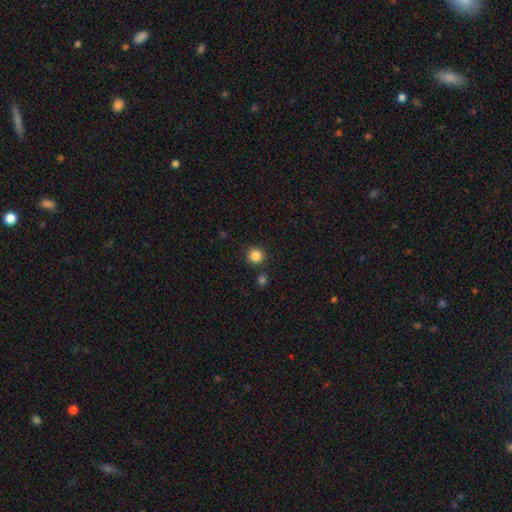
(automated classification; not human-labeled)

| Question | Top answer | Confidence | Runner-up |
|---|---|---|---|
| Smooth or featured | smooth | 85% | star or artifact (11%) |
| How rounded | round | 95% | in between (4%) |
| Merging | none | 87% | minor disturbance (6%) |